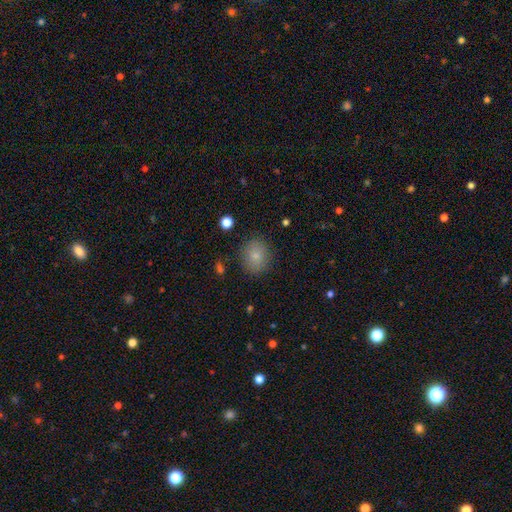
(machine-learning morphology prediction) Smooth or featured? Predicted: smooth (p=0.81). How rounded? Predicted: round (p=0.68). Merging? Predicted: none (p=0.85).